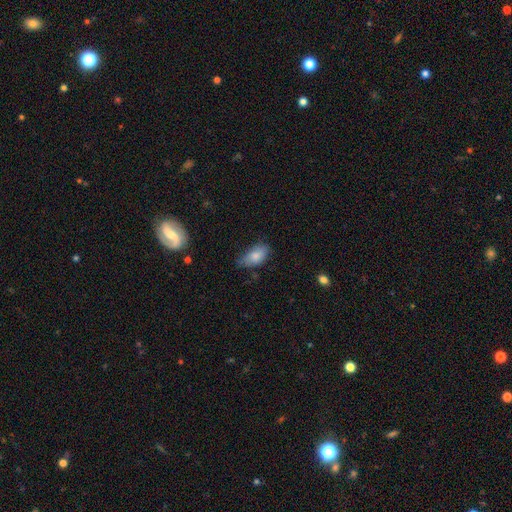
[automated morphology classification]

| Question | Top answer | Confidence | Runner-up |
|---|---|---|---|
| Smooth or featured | smooth | 82% | featured or disk (11%) |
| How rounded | in between | 91% | cigar-shaped (5%) |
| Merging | none | 52% | minor disturbance (37%) |